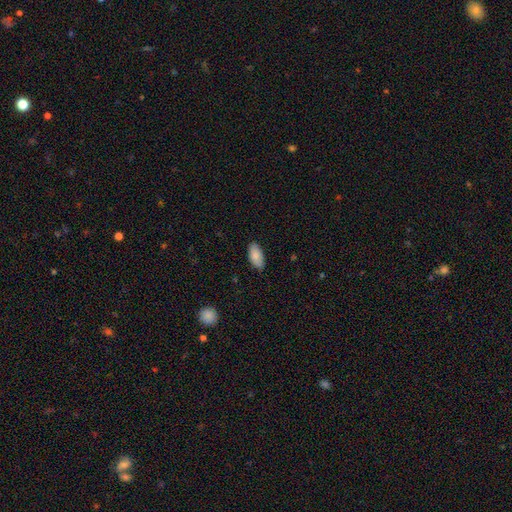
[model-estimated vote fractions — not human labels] Smooth or featured?
  - smooth: 86% *
  - featured or disk: 8%
  - star or artifact: 6%
How rounded?
  - in between: 93% *
  - cigar-shaped: 5%
  - round: 2%
Merging?
  - none: 83% *
  - minor disturbance: 14%
  - major disturbance: 2%
  - merger: 1%